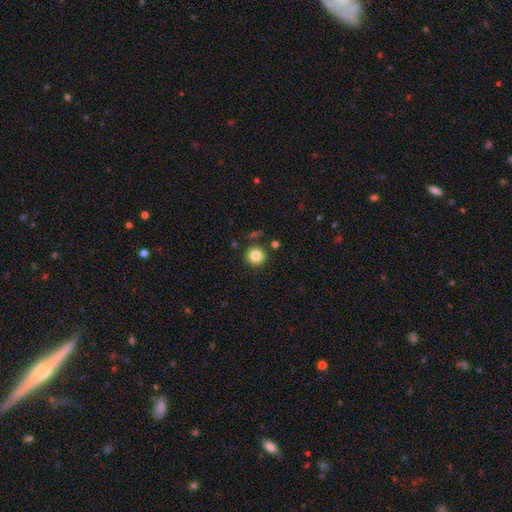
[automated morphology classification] Smooth or featured? Predicted: smooth (p=0.84). How rounded? Predicted: round (p=0.95). Merging? Predicted: none (p=0.88).